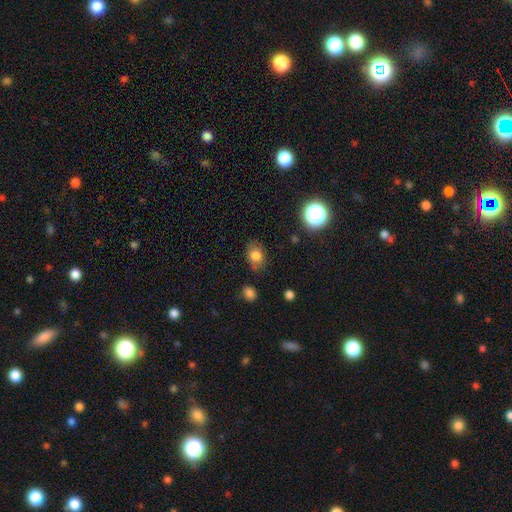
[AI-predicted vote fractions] Smooth or featured?
  - smooth: 79% *
  - star or artifact: 12%
  - featured or disk: 10%
How rounded?
  - in between: 65% *
  - round: 34%
  - cigar-shaped: 1%
Merging?
  - none: 76% *
  - minor disturbance: 17%
  - major disturbance: 4%
  - merger: 2%